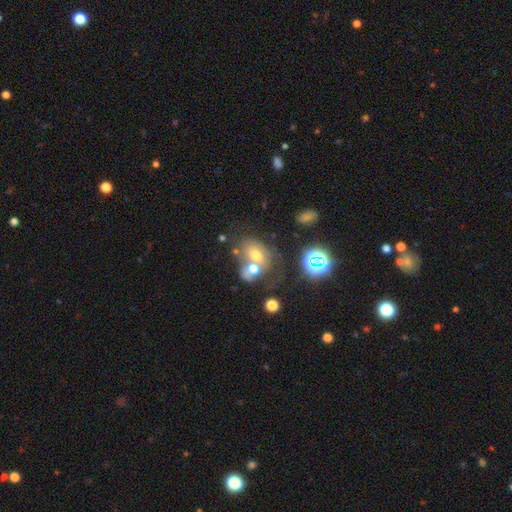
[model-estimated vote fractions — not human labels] smooth 53%, featured or disk 28%, star or artifact 19%. Down the decision tree: how rounded — in between (63%); merging — merger (61%).